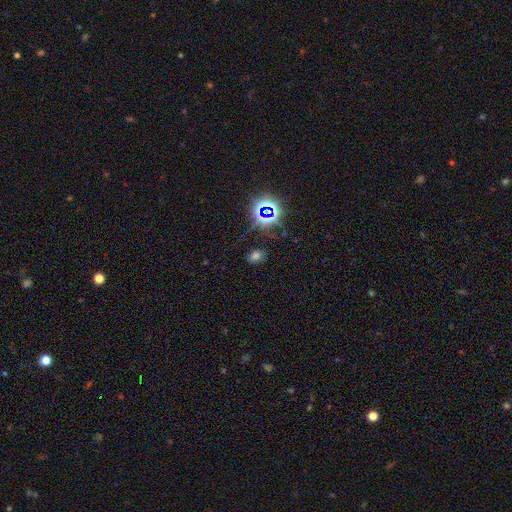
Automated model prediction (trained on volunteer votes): This is possibly a smooth galaxy (56%). How rounded: likely in between (73%). Merging: clearly none (80%).